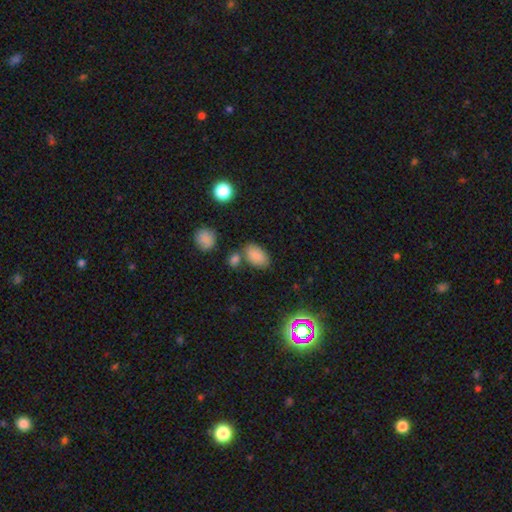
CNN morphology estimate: smooth-or-featured: smooth: 83% | star or artifact: 11% | featured or disk: 6%
  how-rounded: in between: 91% | round: 7% | cigar-shaped: 2%
  merging: none: 65% | merger: 16% | minor disturbance: 15% | major disturbance: 5%